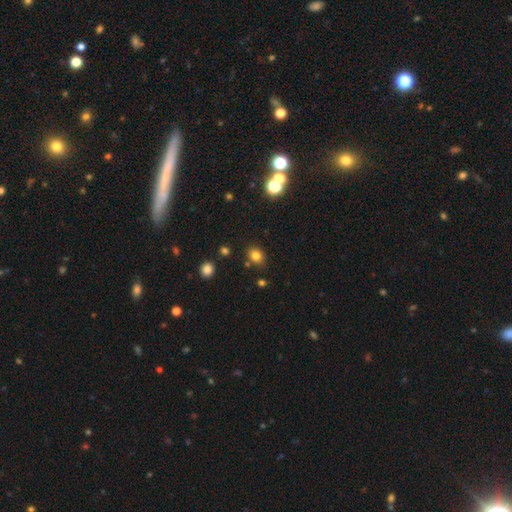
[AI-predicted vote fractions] Smooth or featured: smooth — 80% (star or artifact — 14%)
How rounded: round — 53% (in between — 46%)
Merging: none — 80% (minor disturbance — 12%)